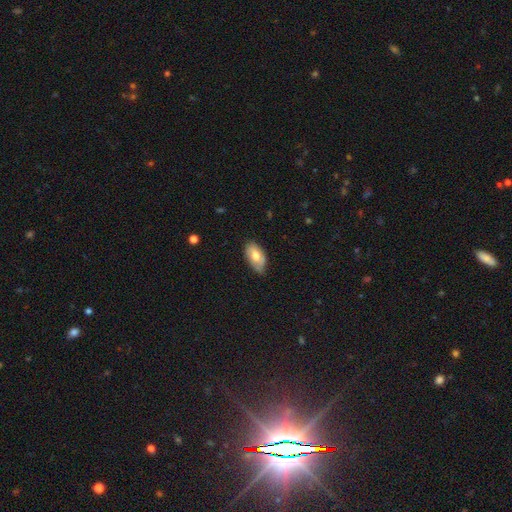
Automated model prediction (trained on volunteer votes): smooth_or_featured: smooth (p=0.67) [alt: featured or disk p=0.27]
how_rounded: in between (p=0.94) [alt: round p=0.04]
merging: none (p=0.68) [alt: minor disturbance p=0.27]